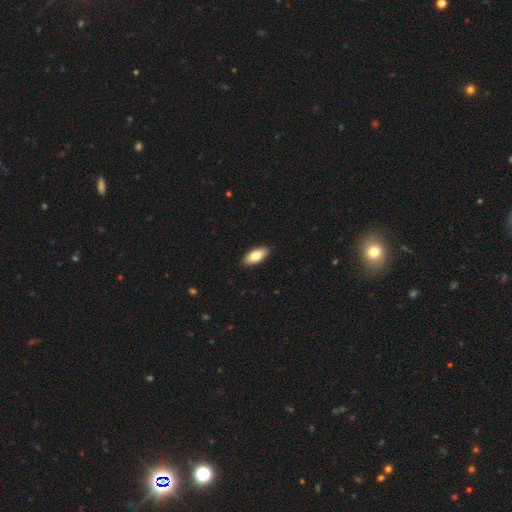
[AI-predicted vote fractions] Q: Smooth or featured?
A: smooth (79%); runner-up: featured or disk (15%)
Q: How rounded?
A: in between (86%); runner-up: cigar-shaped (12%)
Q: Merging?
A: none (91%); runner-up: minor disturbance (7%)